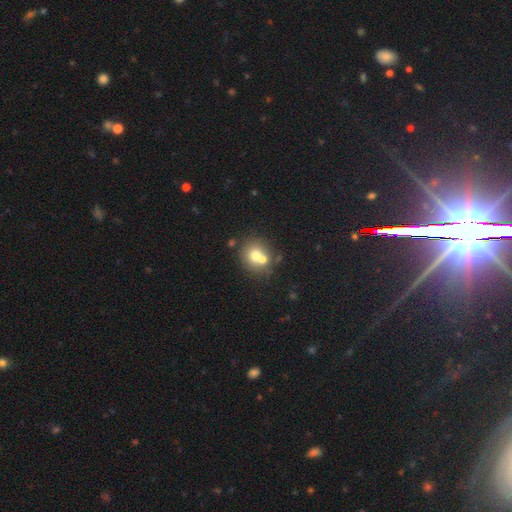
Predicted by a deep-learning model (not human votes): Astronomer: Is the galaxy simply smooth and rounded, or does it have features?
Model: smooth — 67%.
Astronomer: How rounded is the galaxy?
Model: round — 82%.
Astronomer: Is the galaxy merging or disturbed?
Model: none — 45% (runner-up: merger, 44%).